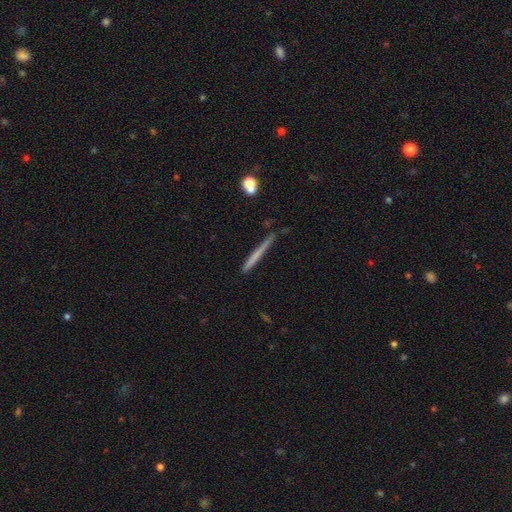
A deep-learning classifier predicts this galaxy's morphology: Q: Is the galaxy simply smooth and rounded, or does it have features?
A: smooth — 57%.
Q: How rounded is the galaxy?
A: cigar-shaped — 97%.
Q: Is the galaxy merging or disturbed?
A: none — 81%.